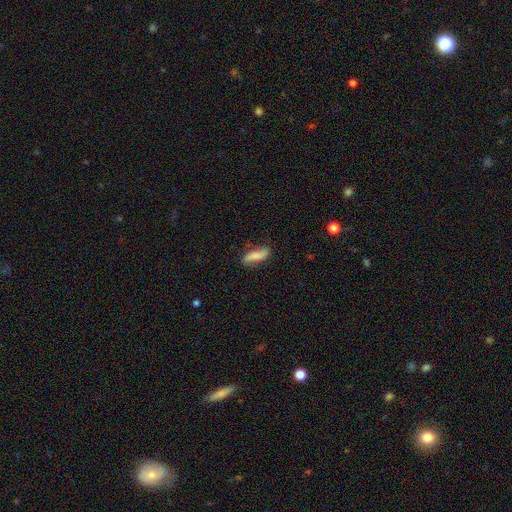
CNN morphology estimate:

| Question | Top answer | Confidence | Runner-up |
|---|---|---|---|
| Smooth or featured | smooth | 70% | featured or disk (23%) |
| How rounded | in between | 55% | cigar-shaped (43%) |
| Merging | none | 70% | minor disturbance (22%) |